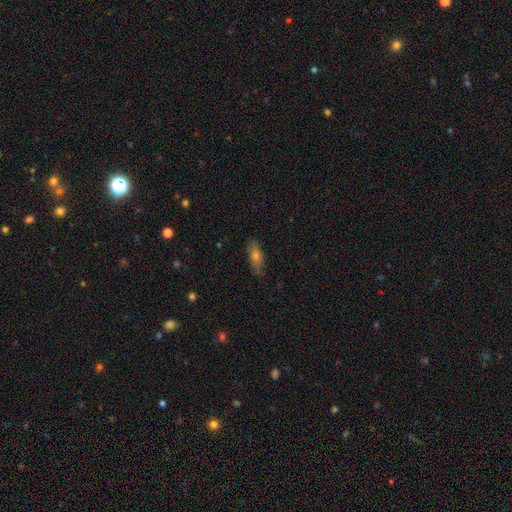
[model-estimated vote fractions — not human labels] A smooth galaxy with no disk features (59%) that is in between round and cigar-shaped (56%).

Vote fractions:
- Smooth or featured? smooth: 59% / featured or disk: 30% / star or artifact: 11%
- How rounded? in between: 56% / cigar-shaped: 40% / round: 4%
- Merging? none: 84% / minor disturbance: 13% / major disturbance: 2% / merger: 1%